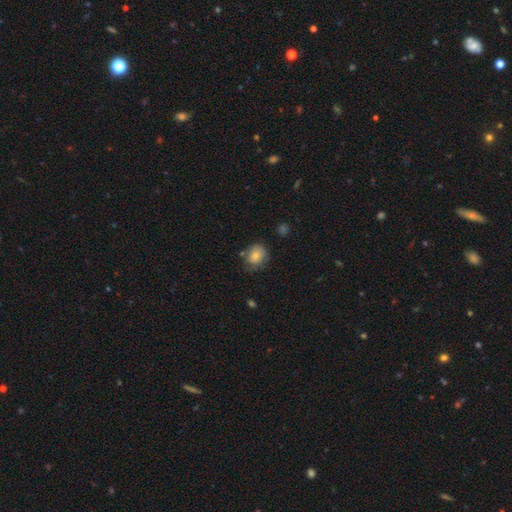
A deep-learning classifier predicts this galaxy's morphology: The model was most divided on "how rounded": round: 63%, in between: 37%, cigar-shaped: 1%. More confident: smooth or featured — smooth (79%); merging — none (64%).